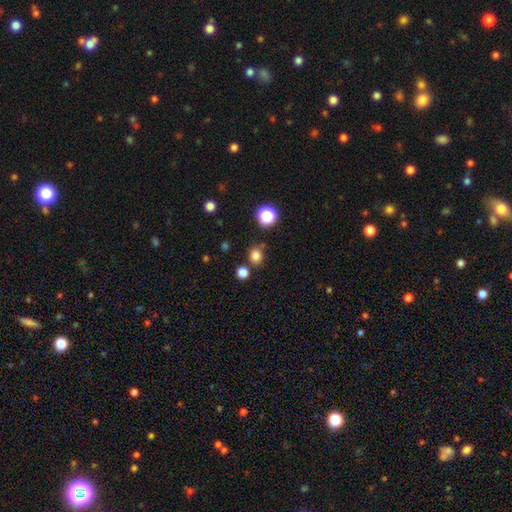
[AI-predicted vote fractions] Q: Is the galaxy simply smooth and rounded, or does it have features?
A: smooth — 80%.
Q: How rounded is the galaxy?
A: round — 80%.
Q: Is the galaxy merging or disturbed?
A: none — 79%.